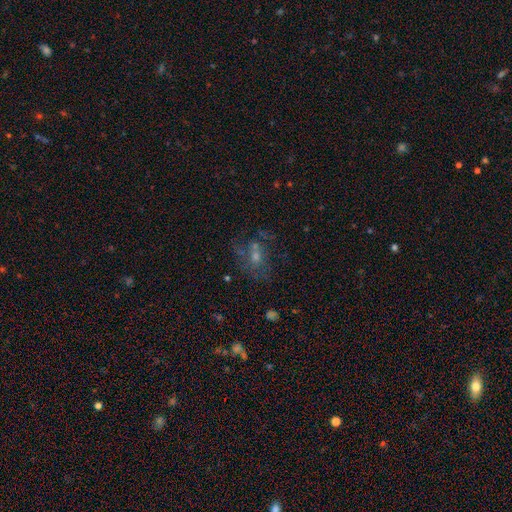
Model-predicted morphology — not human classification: A featured or disk galaxy (40%).

Vote fractions:
- Smooth or featured? featured or disk: 40% / smooth: 31% / star or artifact: 29%
- Merging? none: 48% / major disturbance: 19% / minor disturbance: 17% / merger: 16%